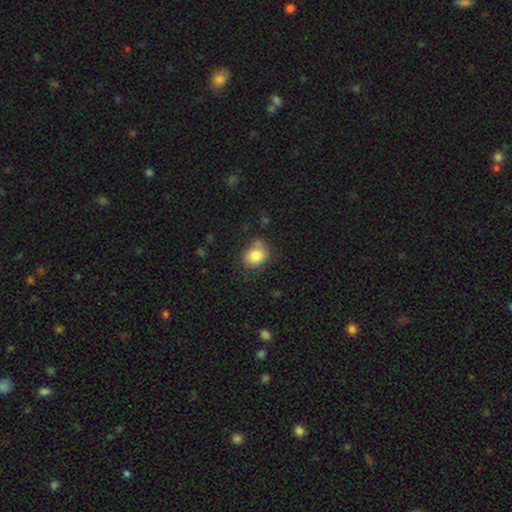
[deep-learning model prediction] Smooth or featured? Predicted: smooth (p=0.84). How rounded? Predicted: round (p=0.56). Merging? Predicted: none (p=0.68).